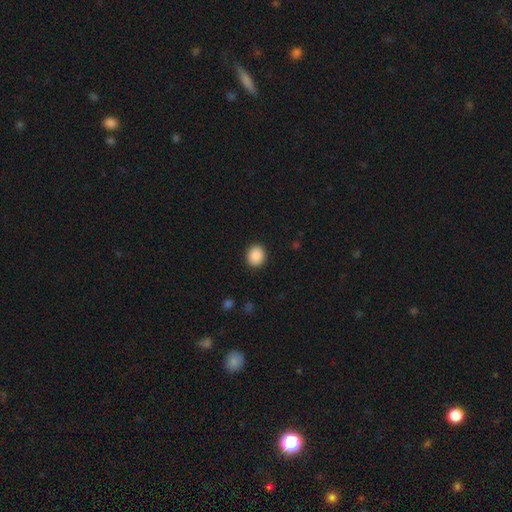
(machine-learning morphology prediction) This is clearly a smooth galaxy (89%). How rounded: likely round (70%). Merging: clearly none (91%).